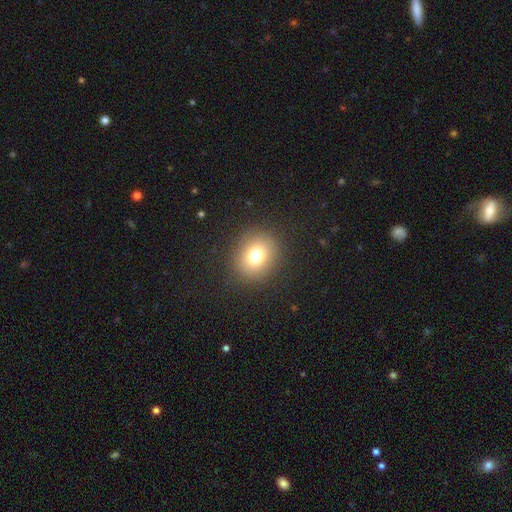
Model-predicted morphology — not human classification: This is likely a smooth galaxy (77%). How rounded: likely round (72%). Merging: clearly none (88%).